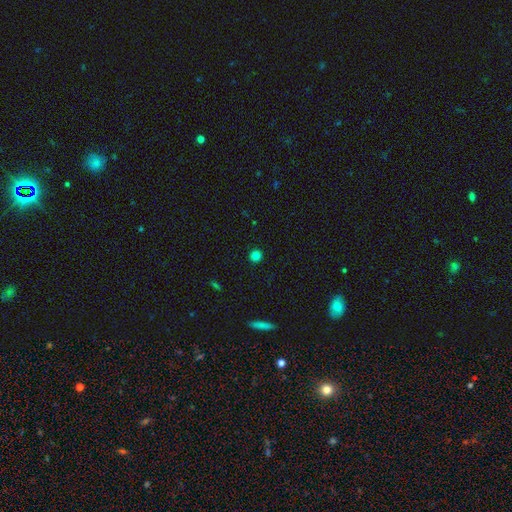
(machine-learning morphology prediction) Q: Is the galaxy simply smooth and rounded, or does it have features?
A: smooth — 81%.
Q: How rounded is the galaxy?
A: round — 94%.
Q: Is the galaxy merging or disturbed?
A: none — 92%.